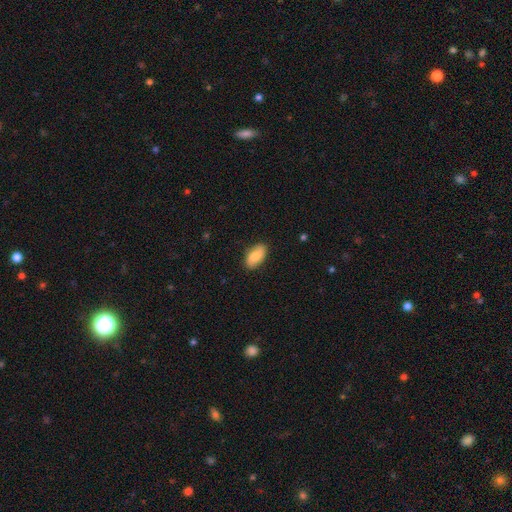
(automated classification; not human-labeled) smooth_or_featured: smooth (p=0.77) [alt: featured or disk p=0.16]
how_rounded: in between (p=0.93) [alt: cigar-shaped p=0.04]
merging: none (p=0.84) [alt: minor disturbance p=0.12]